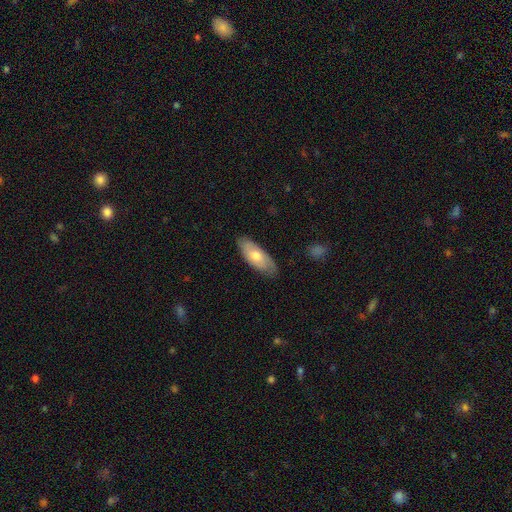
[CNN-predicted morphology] The model was most divided on "smooth or featured": smooth: 64%, featured or disk: 31%, star or artifact: 5%. More confident: how rounded — in between (80%); merging — none (79%).